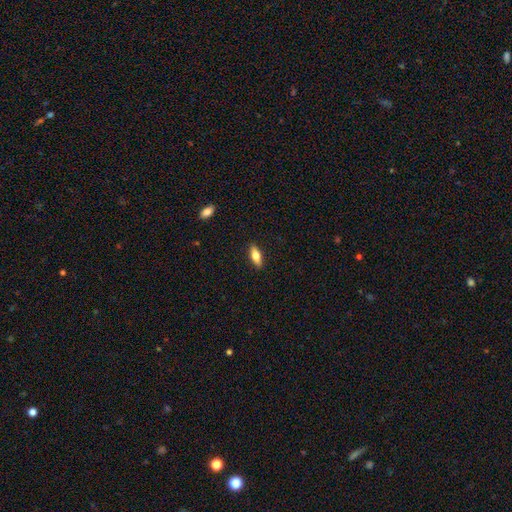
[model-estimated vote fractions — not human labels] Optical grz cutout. It shows a smooth galaxy with no disk features (65%) that is in between round and cigar-shaped (65%). Merging: none (89%).